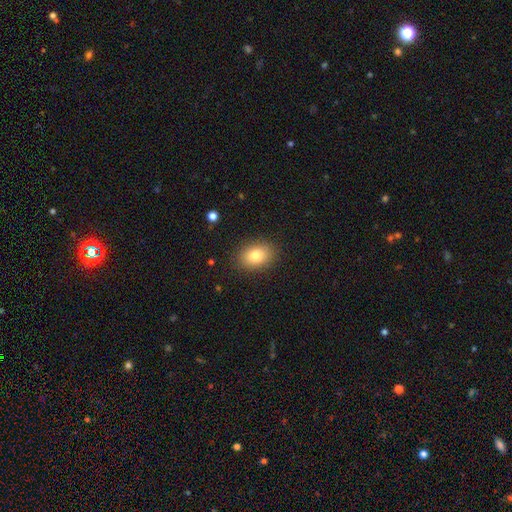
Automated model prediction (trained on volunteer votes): A smooth galaxy with no disk features (80%) that is in between round and cigar-shaped (74%).

Vote fractions:
- Smooth or featured? smooth: 80% / featured or disk: 10% / star or artifact: 9%
- How rounded? in between: 74% / round: 25% / cigar-shaped: 1%
- Merging? none: 88% / minor disturbance: 9% / major disturbance: 3% / merger: 1%